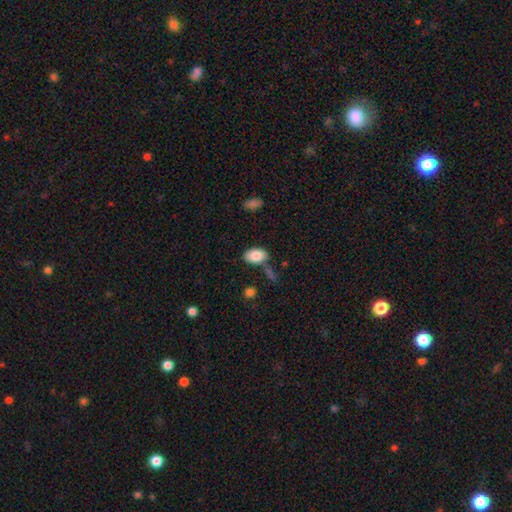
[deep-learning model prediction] smooth_or_featured: smooth (p=0.84) [alt: featured or disk p=0.09]
how_rounded: in between (p=0.90) [alt: round p=0.08]
merging: none (p=0.63) [alt: minor disturbance p=0.20]